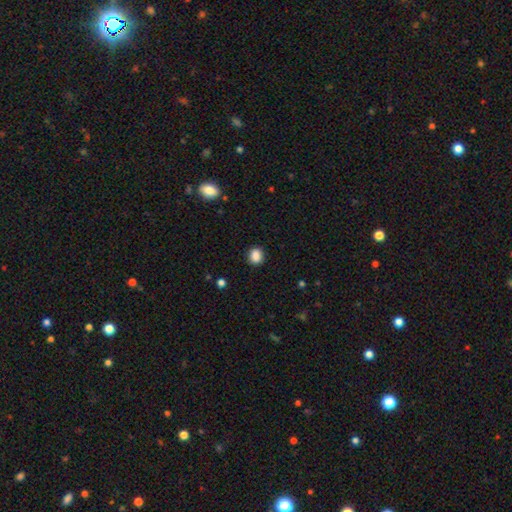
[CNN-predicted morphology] Smooth or featured? Predicted: smooth (p=0.87). How rounded? Predicted: round (p=0.60). Merging? Predicted: none (p=0.87).